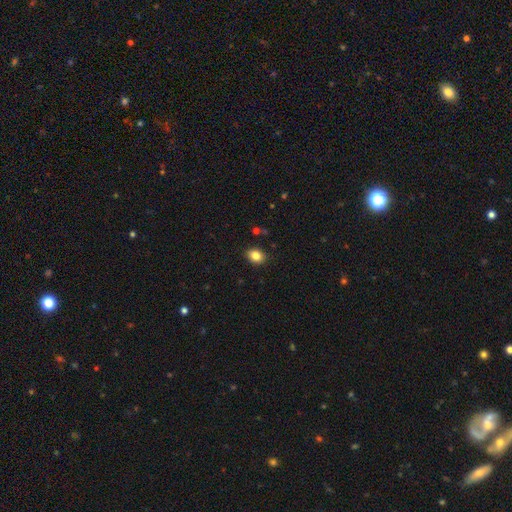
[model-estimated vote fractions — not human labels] A smooth galaxy with no disk features (85%) that is in between round and cigar-shaped (58%). Merging: none (88%).